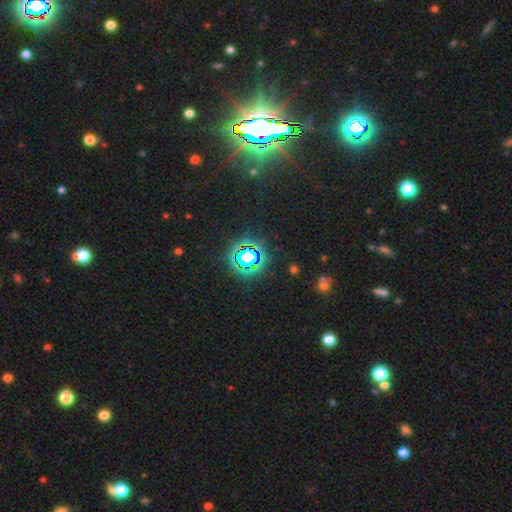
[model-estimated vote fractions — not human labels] A star or artifact, not a galaxy (83%).

Vote fractions:
- Smooth or featured? star or artifact: 83% / smooth: 10% / featured or disk: 7%